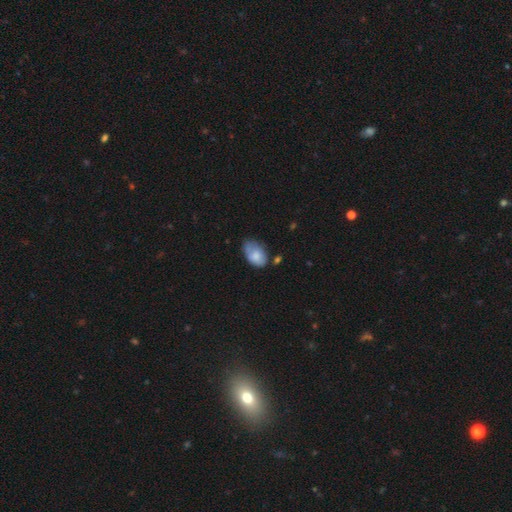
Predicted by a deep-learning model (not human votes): smooth_or_featured: smooth (p=0.72) [alt: featured or disk p=0.21]
how_rounded: in between (p=0.88) [alt: round p=0.11]
merging: none (p=0.38) [tied with: minor disturbance p=0.38]